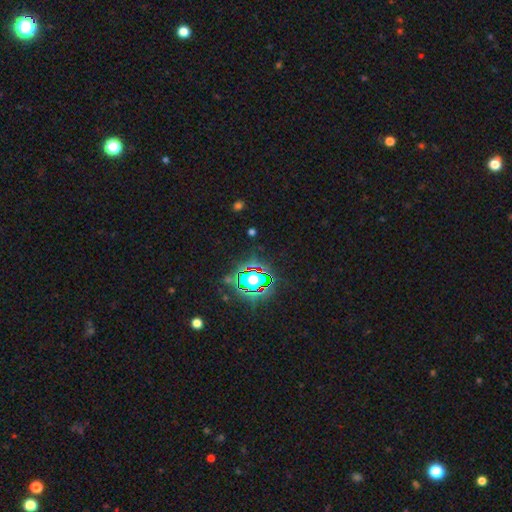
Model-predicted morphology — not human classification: Smooth or featured: star or artifact — 82% (smooth — 11%)